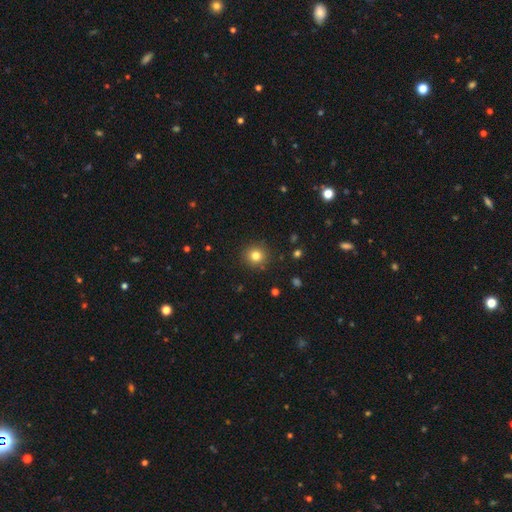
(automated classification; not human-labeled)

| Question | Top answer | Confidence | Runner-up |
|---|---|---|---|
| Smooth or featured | smooth | 80% | star or artifact (13%) |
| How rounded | round | 93% | in between (6%) |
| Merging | none | 90% | minor disturbance (6%) |